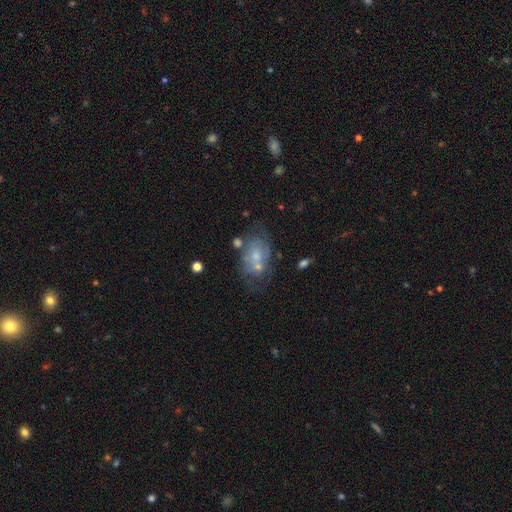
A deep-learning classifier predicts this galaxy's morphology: This appears to be a featured or disk galaxy (50%). Merging: none (40%).